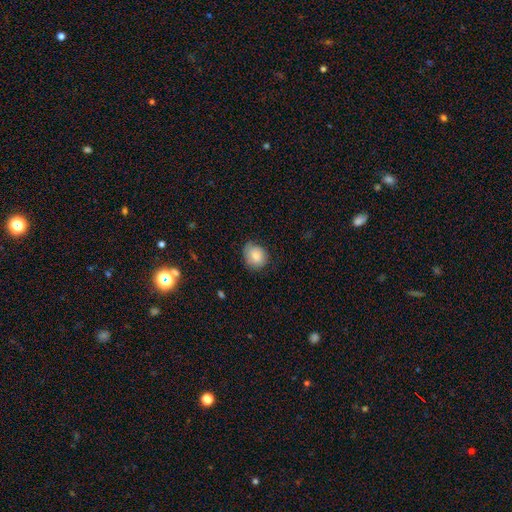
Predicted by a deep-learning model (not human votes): smooth-or-featured: smooth: 81% | featured or disk: 11% | star or artifact: 8%
  how-rounded: round: 65% | in between: 34% | cigar-shaped: 1%
  merging: none: 69% | minor disturbance: 24% | major disturbance: 5% | merger: 1%